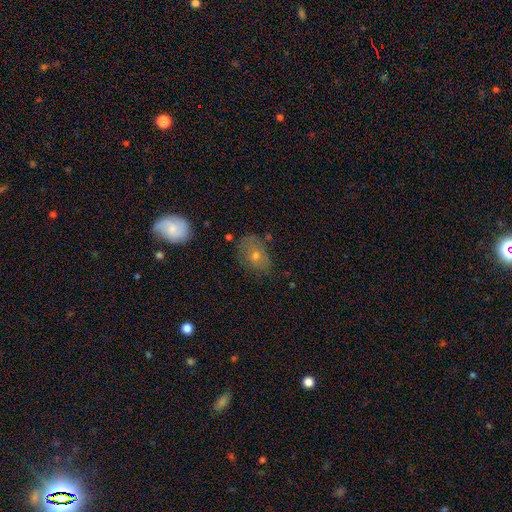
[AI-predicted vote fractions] smooth_or_featured: smooth (p=0.51) [alt: featured or disk p=0.34]
how_rounded: in between (p=0.64) [alt: round p=0.34]
merging: none (p=0.66) [alt: minor disturbance p=0.22]